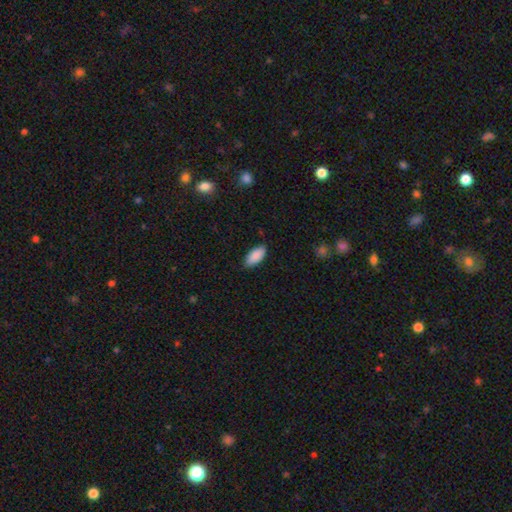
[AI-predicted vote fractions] Smooth or featured? smooth (89%)
How rounded? in between (90%)
Merging? none (83%)